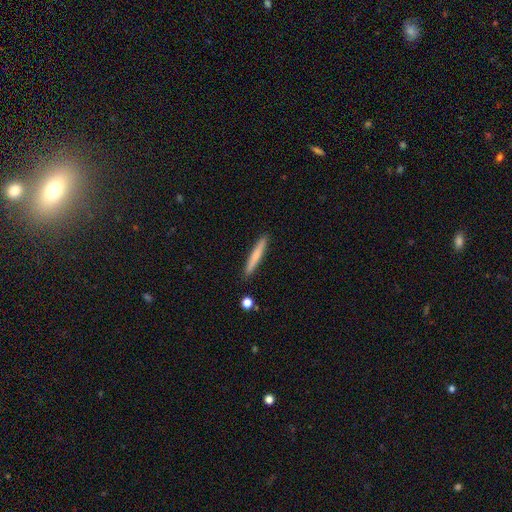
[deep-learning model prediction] A smooth galaxy with no disk features (67%) that is cigar-shaped (95%). Merging: none (90%).